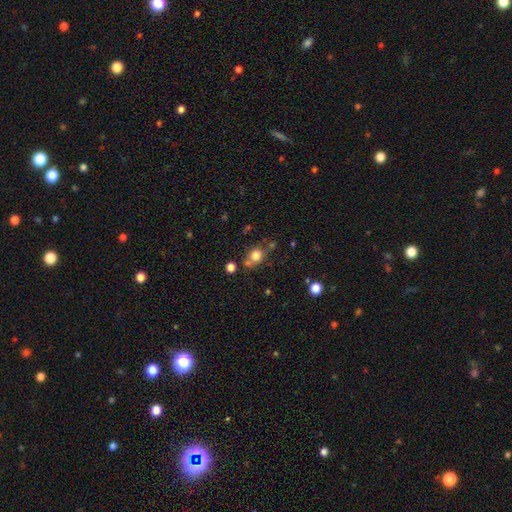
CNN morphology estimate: The model was most divided on "merging": none: 62%, merger: 18%, minor disturbance: 15%, major disturbance: 5%. More confident: smooth or featured — smooth (78%); how rounded — round (71%).